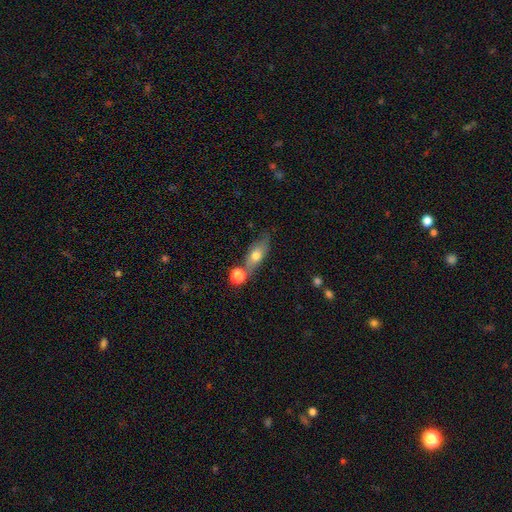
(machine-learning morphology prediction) Smooth or featured? Predicted: smooth (p=0.65). How rounded? Predicted: in between (p=0.68). Merging? Predicted: none (p=0.53).